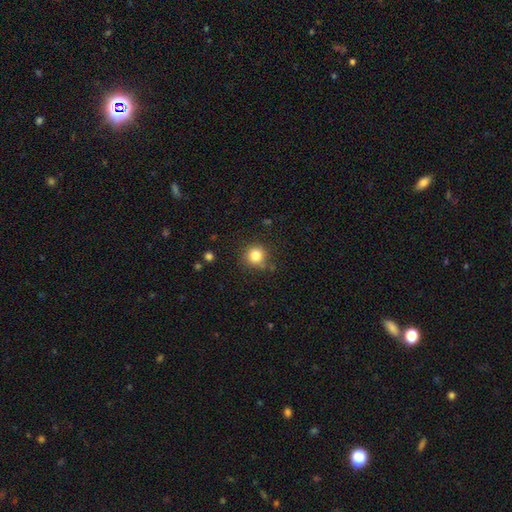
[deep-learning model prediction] Smooth or featured? Predicted: smooth (p=0.83). How rounded? Predicted: round (p=0.91). Merging? Predicted: none (p=0.80).